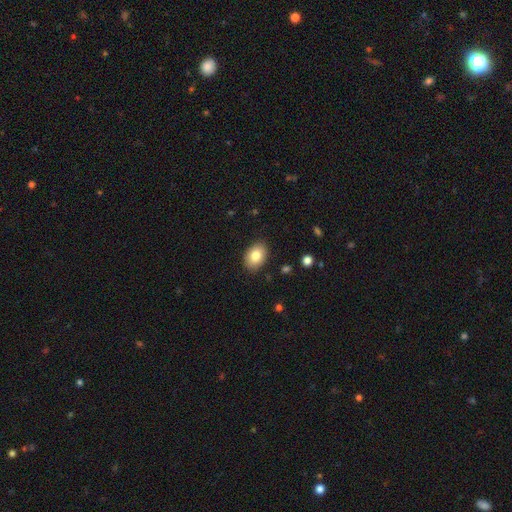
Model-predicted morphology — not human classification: Smooth or featured: smooth — 82% (featured or disk — 10%)
How rounded: in between — 82% (round — 17%)
Merging: none — 88% (minor disturbance — 9%)